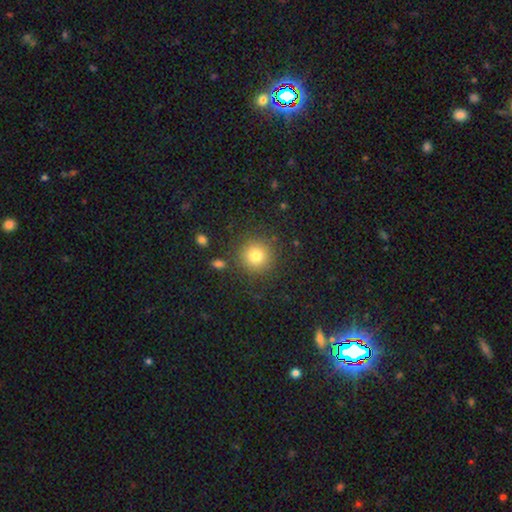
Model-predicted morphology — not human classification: This is likely a smooth galaxy (79%). How rounded: clearly round (94%). Merging: clearly none (86%).